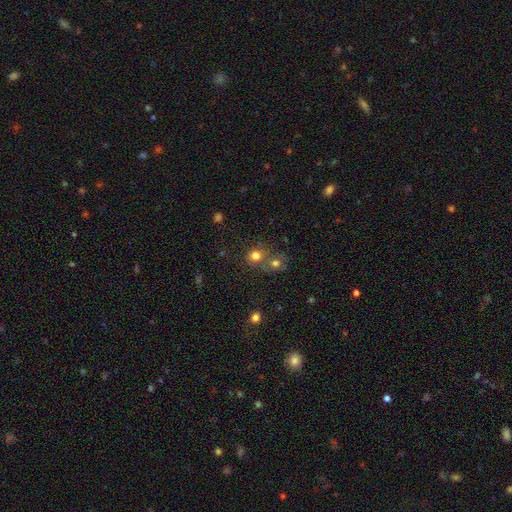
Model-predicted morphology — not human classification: The model was most divided on "merging": none: 54%, merger: 32%, minor disturbance: 9%, major disturbance: 5%. More confident: how rounded — round (83%); smooth or featured — smooth (76%).